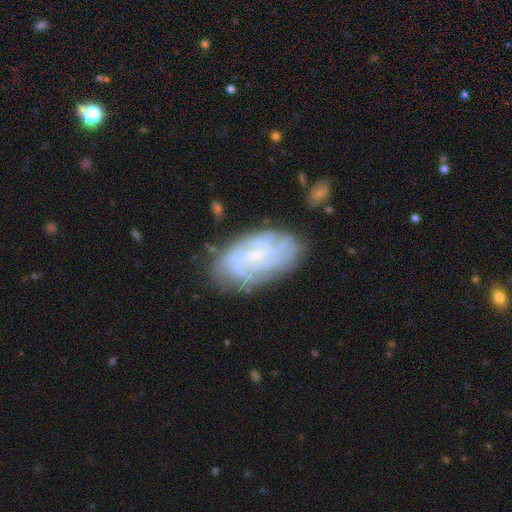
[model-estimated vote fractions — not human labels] Smooth or featured? featured or disk (74%)
Edge-on disk? no (95%)
Bar? no (58%)
Spiral arms? yes (92%)
Spiral winding? tight (68%)
Spiral arm count? can't tell (43%)
Bulge size? small (71%)
Merging? none (75%)